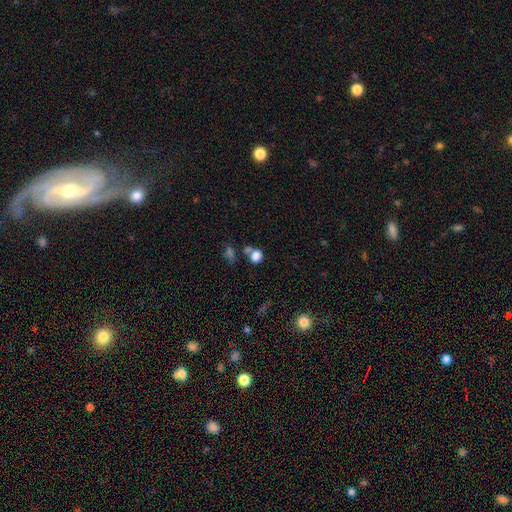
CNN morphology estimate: Q: Smooth or featured?
A: smooth (79%); runner-up: star or artifact (13%)
Q: How rounded?
A: round (59%); runner-up: in between (40%)
Q: Merging?
A: none (45%); runner-up: merger (33%)